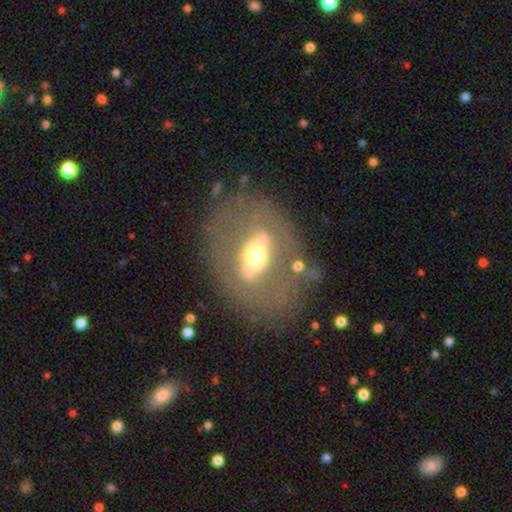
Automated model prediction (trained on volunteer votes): Smooth or featured? Predicted: featured or disk (p=0.65). Edge-on disk? Predicted: no (p=0.84). Bar? Predicted: strong (p=0.51). Spiral arms? Predicted: no (p=0.82). Bulge size? Predicted: moderate (p=0.63). Merging? Predicted: none (p=0.70).